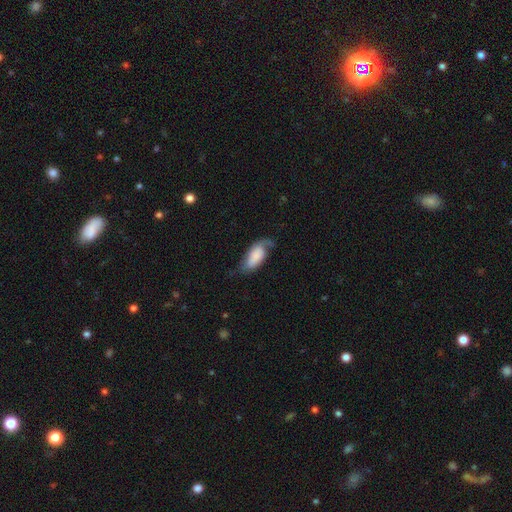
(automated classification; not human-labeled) Smooth or featured? smooth (60%)
How rounded? in between (90%)
Merging? none (41%)